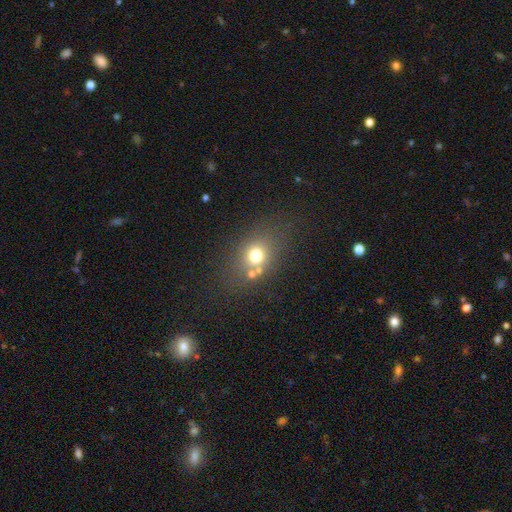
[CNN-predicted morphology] smooth 69%, star or artifact 16%, featured or disk 15%. Down the decision tree: how rounded — round (58%); merging — none (64%).